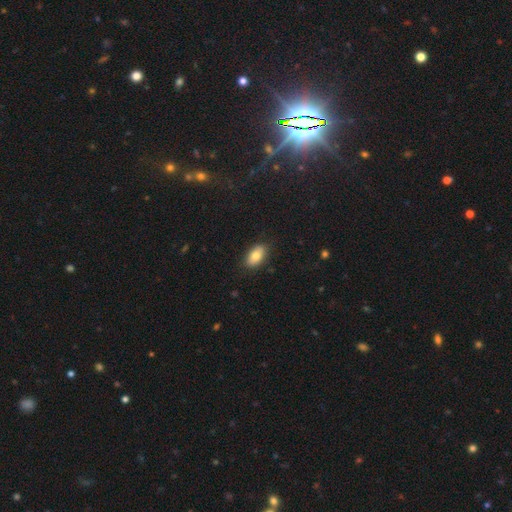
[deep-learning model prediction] Q: Smooth or featured?
A: smooth (77%); runner-up: featured or disk (15%)
Q: How rounded?
A: in between (91%); runner-up: round (7%)
Q: Merging?
A: none (86%); runner-up: minor disturbance (11%)